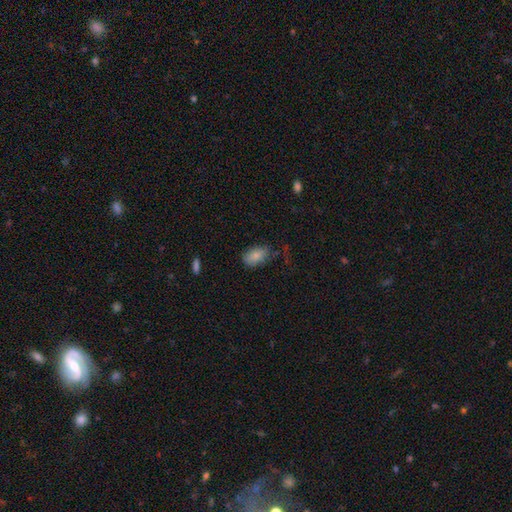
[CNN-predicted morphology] smooth 84%, featured or disk 8%, star or artifact 8%. Down the decision tree: how rounded — in between (91%); merging — none (65%).